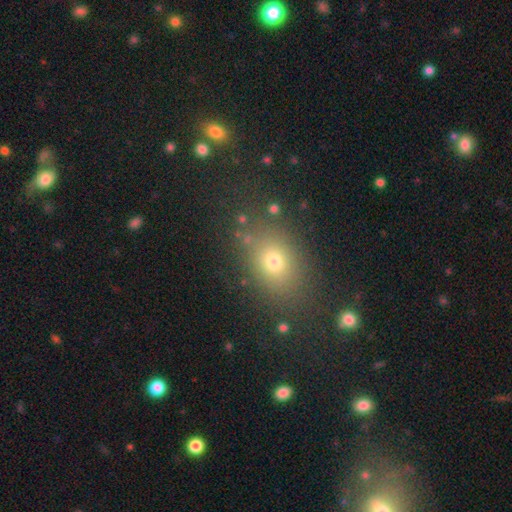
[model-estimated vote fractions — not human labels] smooth 64%, star or artifact 24%, featured or disk 11%. Down the decision tree: how rounded — in between (61%); merging — none (82%).